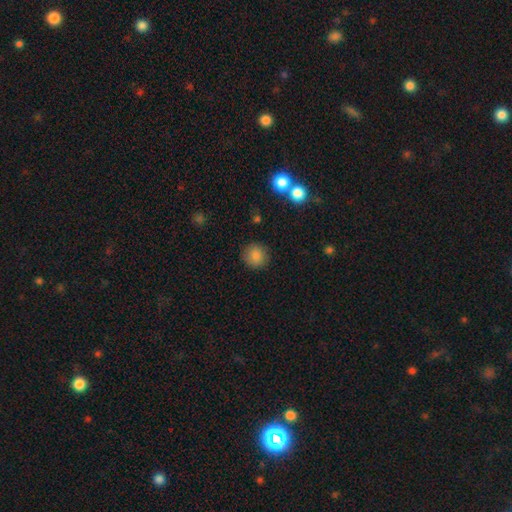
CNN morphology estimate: This appears to be a smooth galaxy with no disk features (85%) that is round (92%). Merging: none (89%).